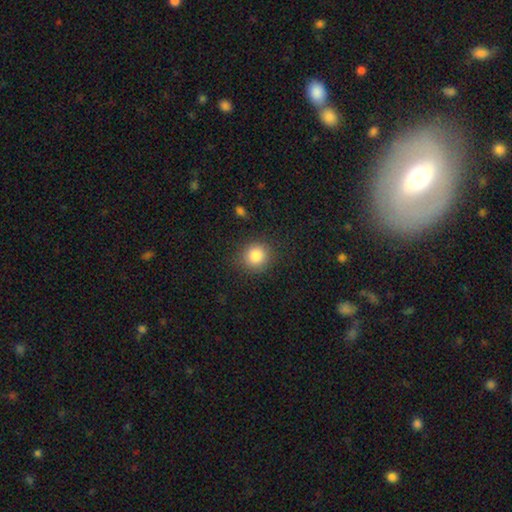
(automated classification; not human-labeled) The model was most divided on "smooth or featured": smooth: 84%, star or artifact: 11%, featured or disk: 5%. More confident: how rounded — round (88%); merging — none (87%).